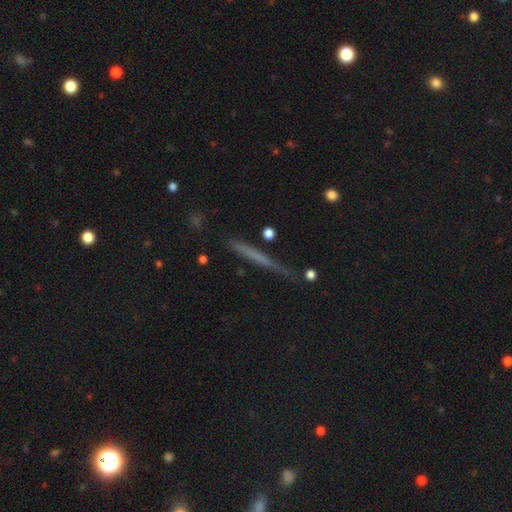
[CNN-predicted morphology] smooth_or_featured: smooth (p=0.48) [alt: featured or disk p=0.42]
merging: none (p=0.80) [alt: minor disturbance p=0.14]